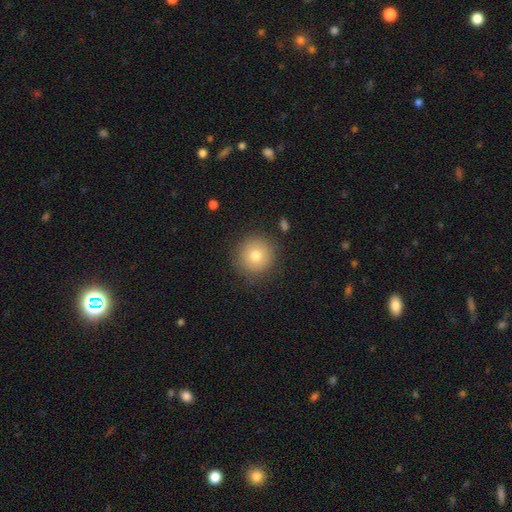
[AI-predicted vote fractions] Smooth or featured: smooth — 78% (featured or disk — 12%)
How rounded: round — 95% (in between — 4%)
Merging: none — 88% (minor disturbance — 8%)